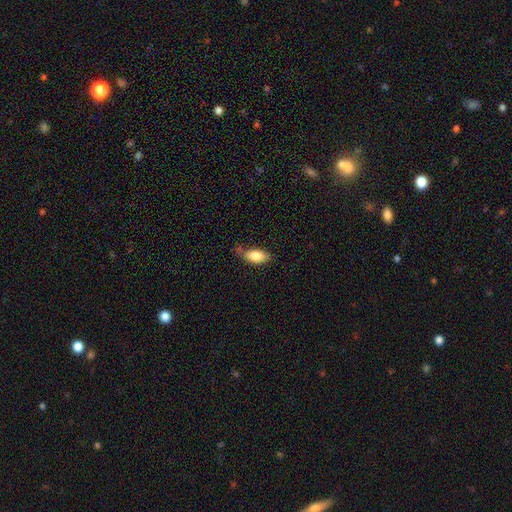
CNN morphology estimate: Smooth or featured: smooth — 82% (featured or disk — 11%)
How rounded: in between — 89% (cigar-shaped — 8%)
Merging: none — 64% (minor disturbance — 26%)